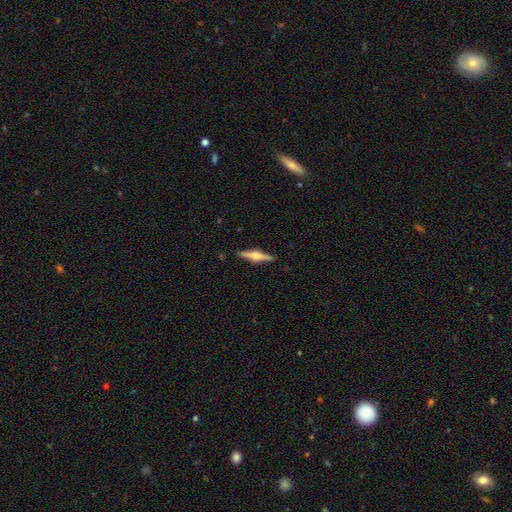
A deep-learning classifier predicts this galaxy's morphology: A featured or disk galaxy (75%) viewed edge-on (98%) with a rounded central bulge (91%). Merging: none (91%).